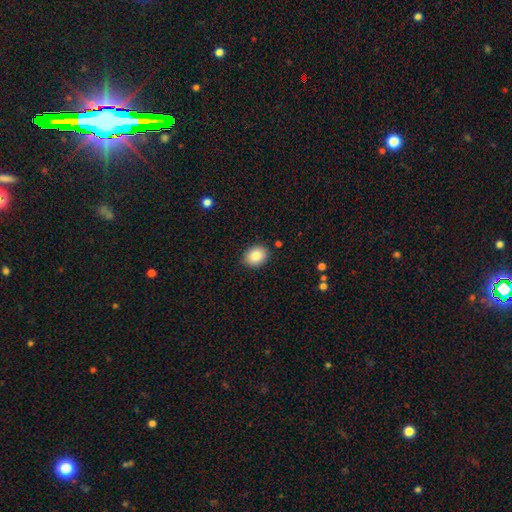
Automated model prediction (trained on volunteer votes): A smooth galaxy with no disk features (86%) that is in between round and cigar-shaped (50%). Merging: none (87%).